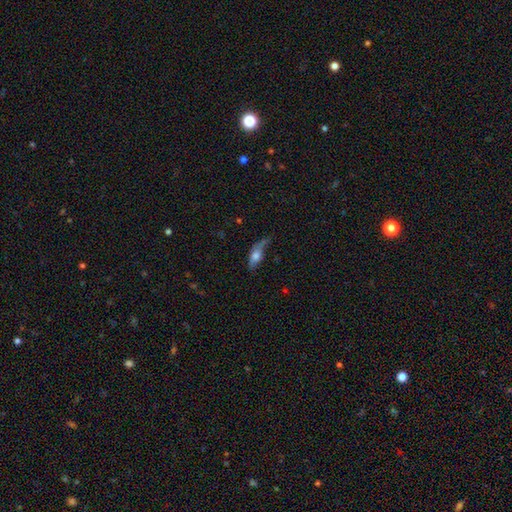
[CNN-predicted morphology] This appears to be a smooth galaxy with no disk features (59%) that is in between round and cigar-shaped (69%). Merging: none (36%).